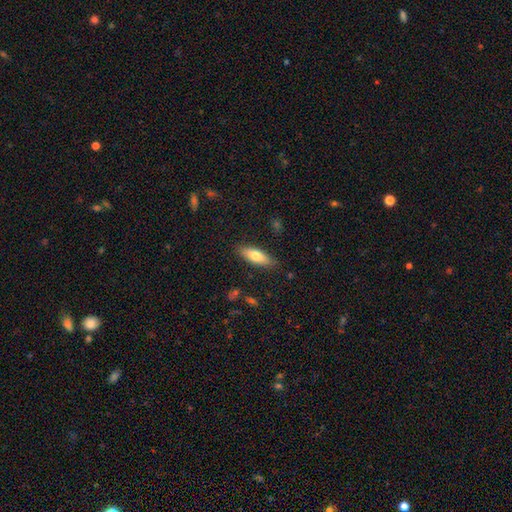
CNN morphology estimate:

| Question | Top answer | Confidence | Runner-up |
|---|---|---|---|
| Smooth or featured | smooth | 72% | featured or disk (22%) |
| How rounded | in between | 62% | cigar-shaped (36%) |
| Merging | none | 86% | minor disturbance (11%) |